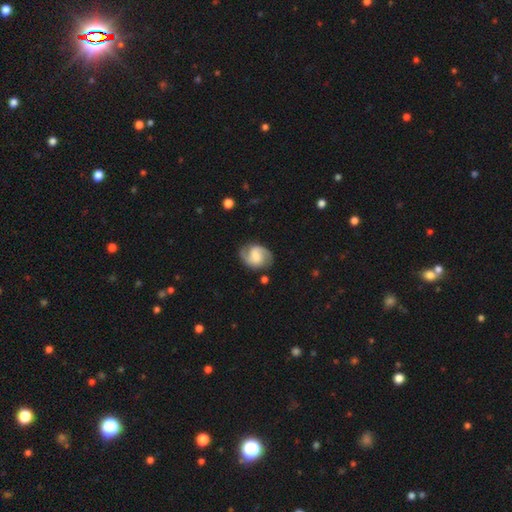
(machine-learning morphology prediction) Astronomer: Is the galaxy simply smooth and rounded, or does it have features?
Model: featured or disk — 76%.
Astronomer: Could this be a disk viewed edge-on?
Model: no — 98%.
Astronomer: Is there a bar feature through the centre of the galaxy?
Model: weak — 51% (runner-up: no, 31%).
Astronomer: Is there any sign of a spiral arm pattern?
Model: yes — 94%.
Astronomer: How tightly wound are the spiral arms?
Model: medium — 50% (runner-up: loose, 28%).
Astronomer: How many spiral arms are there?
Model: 2 — 90%.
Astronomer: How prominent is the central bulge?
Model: small — 34% (runner-up: moderate, 32%).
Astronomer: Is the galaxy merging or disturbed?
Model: none — 77%.